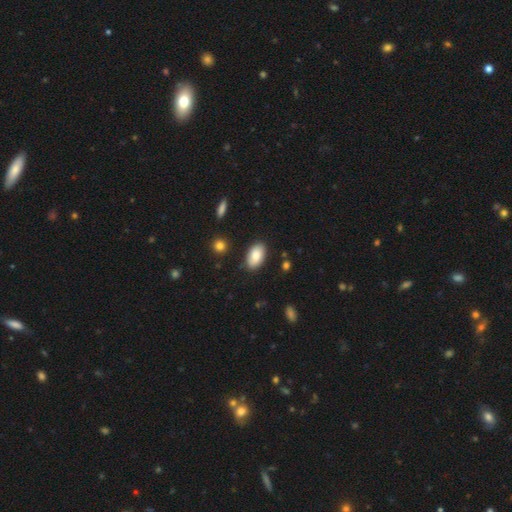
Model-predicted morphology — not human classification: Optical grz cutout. It shows a smooth galaxy with no disk features (84%) that is in between round and cigar-shaped (93%). Merging: none (85%).